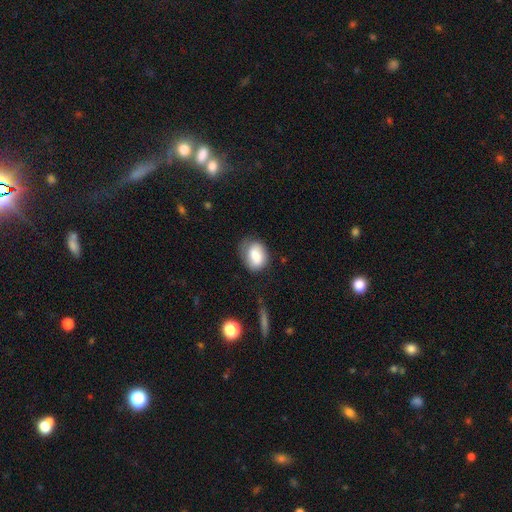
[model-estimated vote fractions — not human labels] A smooth galaxy with no disk features (78%) that is in between round and cigar-shaped (64%). Merging: none (57%).